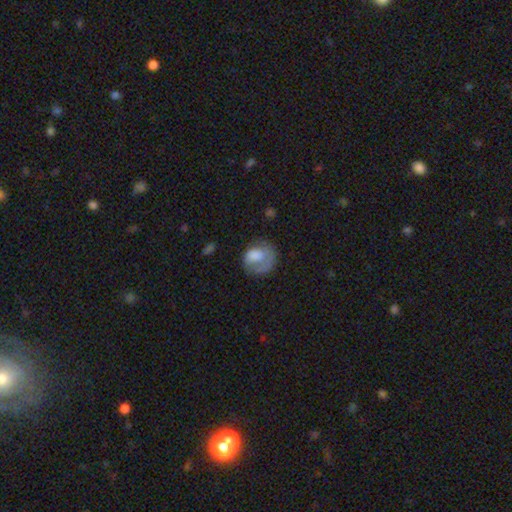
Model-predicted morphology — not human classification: Smooth or featured? Predicted: smooth (p=0.61). How rounded? Predicted: round (p=0.60). Merging? Predicted: none (p=0.45).